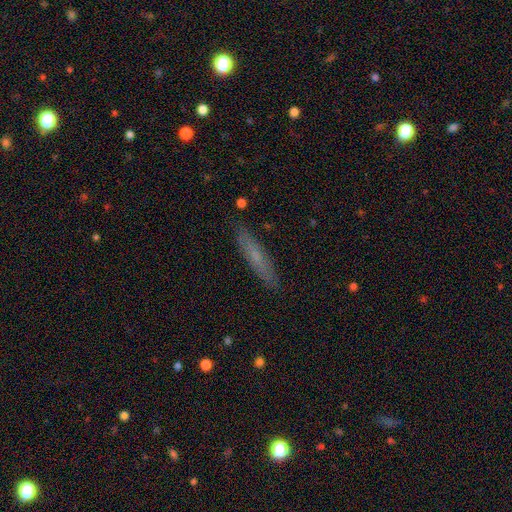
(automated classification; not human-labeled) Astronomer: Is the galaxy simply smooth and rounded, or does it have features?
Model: smooth — 56% (runner-up: featured or disk, 36%).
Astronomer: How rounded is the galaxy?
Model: cigar-shaped — 89%.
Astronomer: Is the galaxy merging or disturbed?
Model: none — 88%.